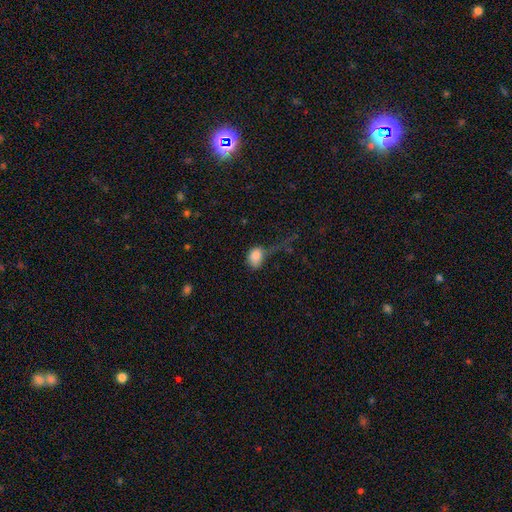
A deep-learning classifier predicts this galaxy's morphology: smooth 80%, featured or disk 11%, star or artifact 9%. Down the decision tree: how rounded — in between (63%); merging — major disturbance (44%).